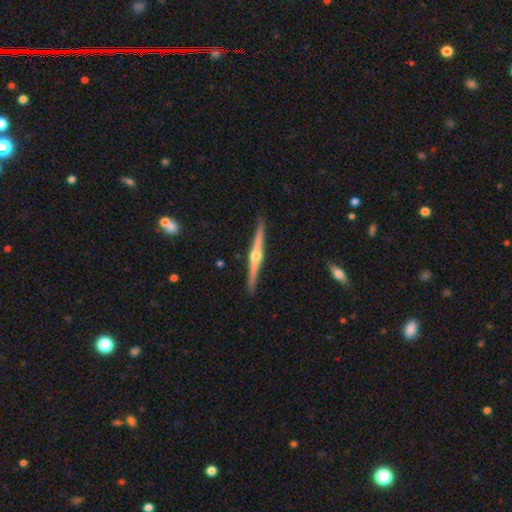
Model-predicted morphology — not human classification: Smooth or featured? Predicted: featured or disk (p=0.82). Edge-on disk? Predicted: yes (p=0.99). Edge-on bulge? Predicted: rounded (p=0.94). Merging? Predicted: none (p=0.91).